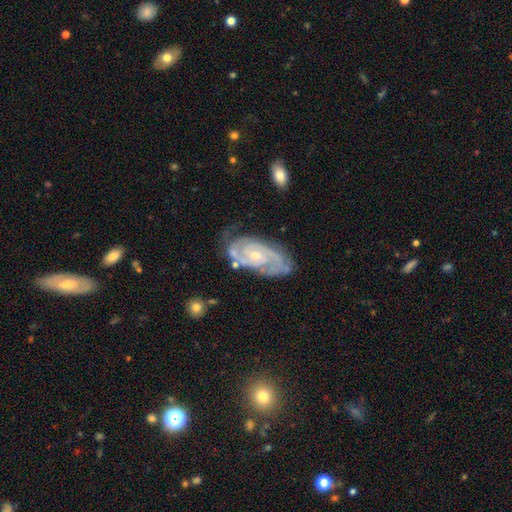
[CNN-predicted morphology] A featured or disk galaxy (89%) with no bar (58%), 2 (71%) tight (65%) spiral arms (98%) and a small central bulge (59%). Merging: none (71%).